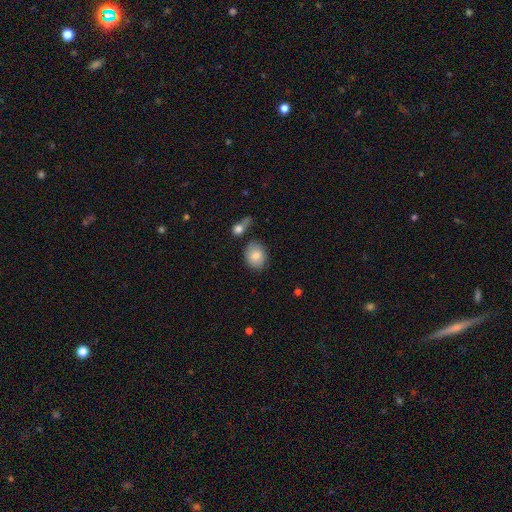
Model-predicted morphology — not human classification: Overall: smooth (84%). How rounded: in between (50%; round 49%). Merging: none (77%).